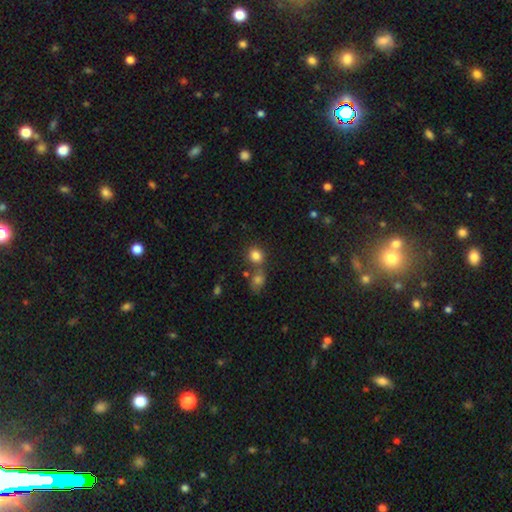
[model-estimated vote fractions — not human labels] Overall: smooth (82%). How rounded: round (77%). Merging: none (61%; merger 26%).